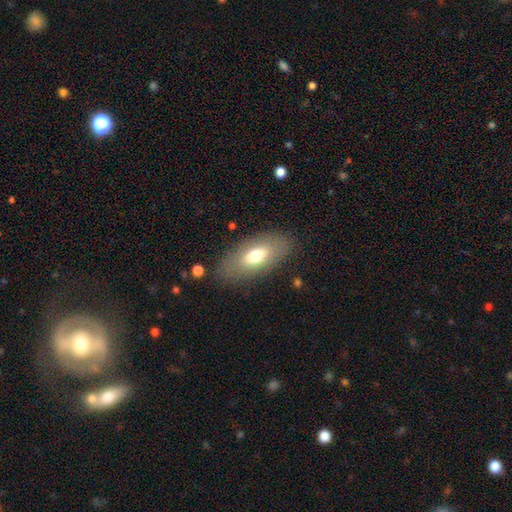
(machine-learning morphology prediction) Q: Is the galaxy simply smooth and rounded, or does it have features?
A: smooth — 64%.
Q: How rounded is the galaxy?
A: in between — 88%.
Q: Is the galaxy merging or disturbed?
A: none — 83%.